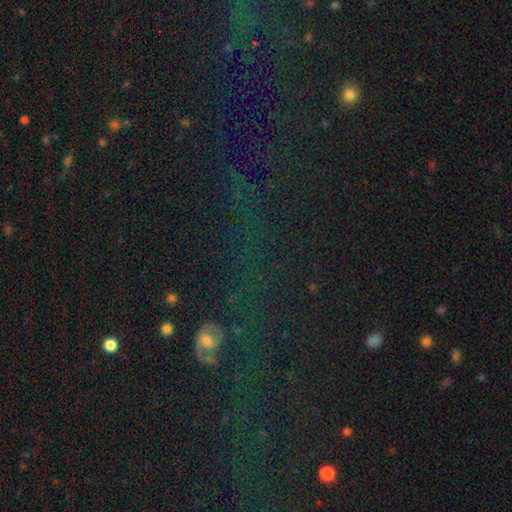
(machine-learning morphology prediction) This appears to be a star or artifact, not a galaxy (67%).